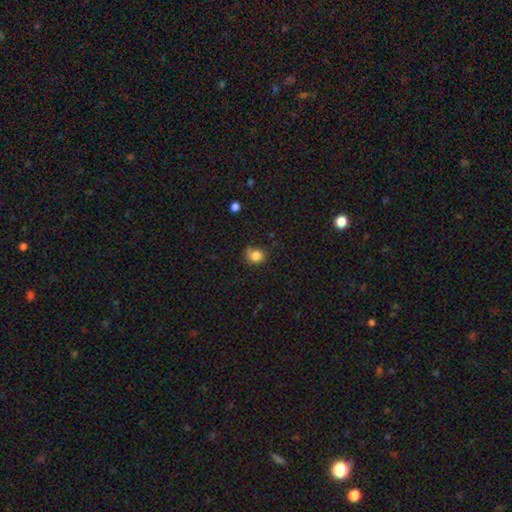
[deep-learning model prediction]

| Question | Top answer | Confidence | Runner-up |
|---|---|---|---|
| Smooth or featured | smooth | 84% | star or artifact (11%) |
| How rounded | round | 71% | in between (28%) |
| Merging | none | 57% | minor disturbance (29%) |